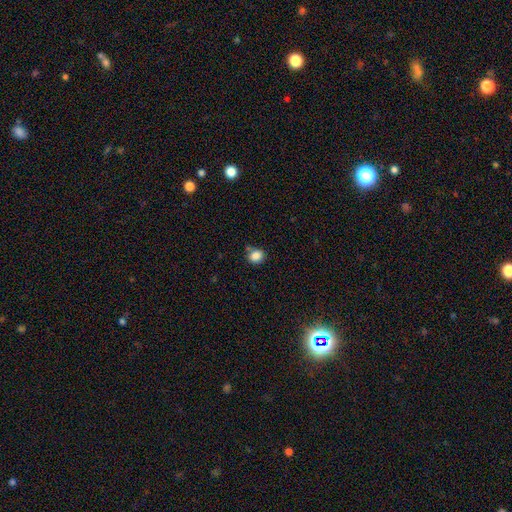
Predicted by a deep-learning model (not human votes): Smooth or featured? Predicted: smooth (p=0.85). How rounded? Predicted: round (p=0.71). Merging? Predicted: none (p=0.68).